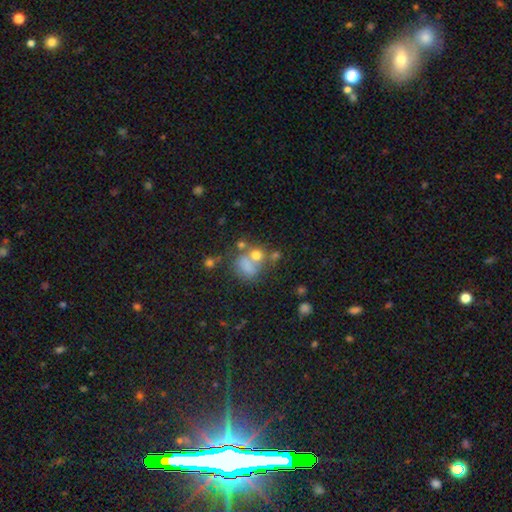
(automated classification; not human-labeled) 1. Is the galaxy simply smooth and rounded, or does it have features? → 65% smooth, 18% star or artifact, 17% featured or disk.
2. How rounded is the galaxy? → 65% round, 33% in between, 1% cigar-shaped.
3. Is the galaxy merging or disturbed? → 40% none, 34% merger, 14% minor disturbance, 12% major disturbance.